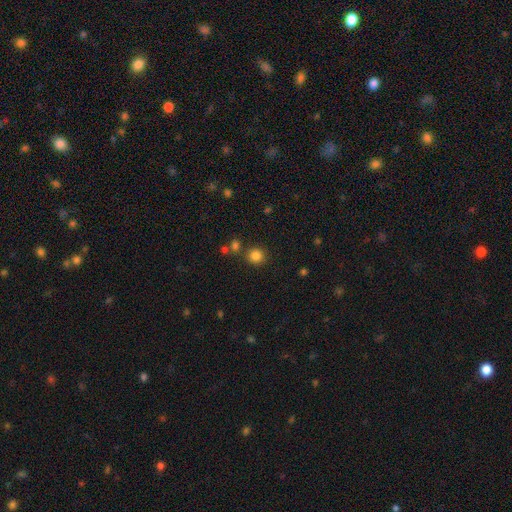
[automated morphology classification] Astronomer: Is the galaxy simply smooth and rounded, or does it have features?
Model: smooth — 83%.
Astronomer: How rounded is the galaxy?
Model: round — 91%.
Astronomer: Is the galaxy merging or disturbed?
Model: none — 83%.